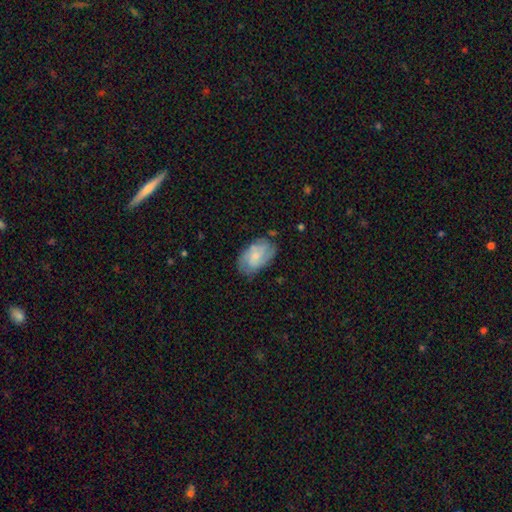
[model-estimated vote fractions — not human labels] smooth_or_featured: smooth (p=0.52) [alt: featured or disk p=0.41]
how_rounded: in between (p=0.91) [alt: round p=0.07]
merging: none (p=0.66) [alt: minor disturbance p=0.24]